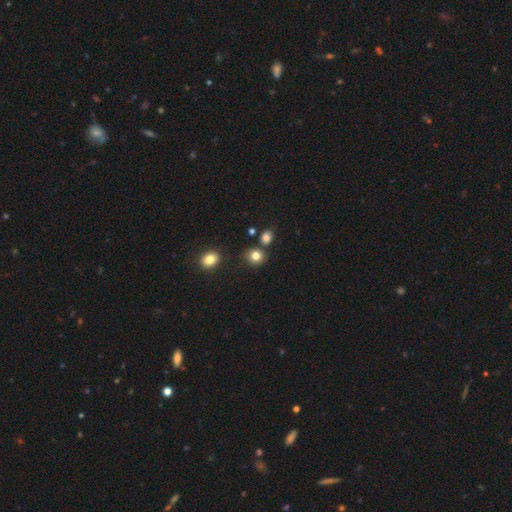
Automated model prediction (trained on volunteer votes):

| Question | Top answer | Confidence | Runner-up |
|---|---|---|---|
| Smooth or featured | smooth | 82% | star or artifact (12%) |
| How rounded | round | 81% | in between (18%) |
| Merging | none | 77% | minor disturbance (10%) |